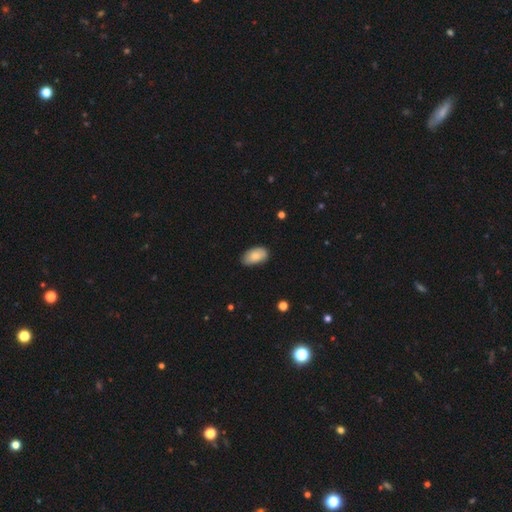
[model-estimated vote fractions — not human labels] smooth-or-featured: smooth: 84% | featured or disk: 10% | star or artifact: 7%
  how-rounded: in between: 94% | round: 4% | cigar-shaped: 2%
  merging: none: 76% | minor disturbance: 20% | major disturbance: 3% | merger: 1%